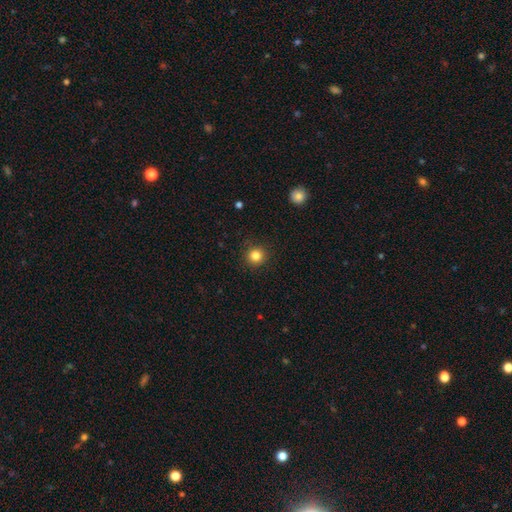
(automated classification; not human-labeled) Morphology: type=smooth (83%); roundness=round (93%); merging=none (91%).